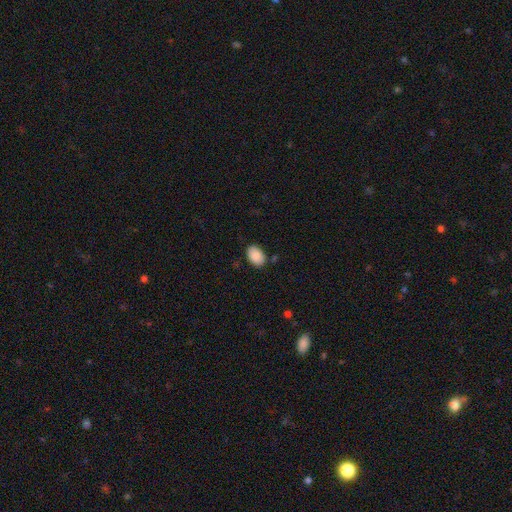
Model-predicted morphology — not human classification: smooth_or_featured: smooth (p=0.89) [alt: star or artifact p=0.07]
how_rounded: in between (p=0.87) [alt: round p=0.12]
merging: none (p=0.83) [alt: minor disturbance p=0.12]